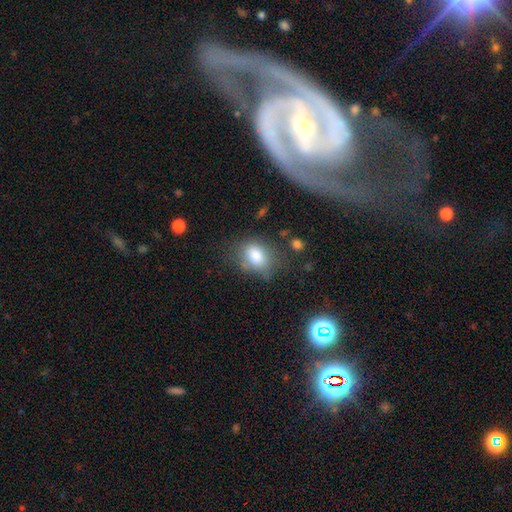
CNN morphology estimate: Smooth or featured? Predicted: smooth (p=0.80). How rounded? Predicted: in between (p=0.70). Merging? Predicted: none (p=0.56).